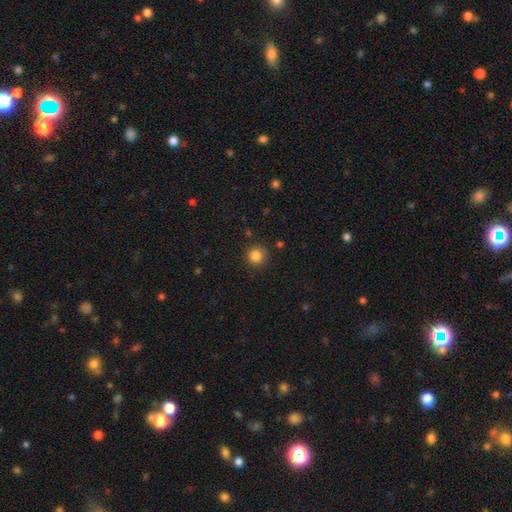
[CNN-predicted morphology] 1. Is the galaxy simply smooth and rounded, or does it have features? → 85% smooth, 11% star or artifact, 4% featured or disk.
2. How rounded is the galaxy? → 93% round, 6% in between, 1% cigar-shaped.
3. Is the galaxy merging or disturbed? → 89% none, 7% minor disturbance, 2% major disturbance, 1% merger.